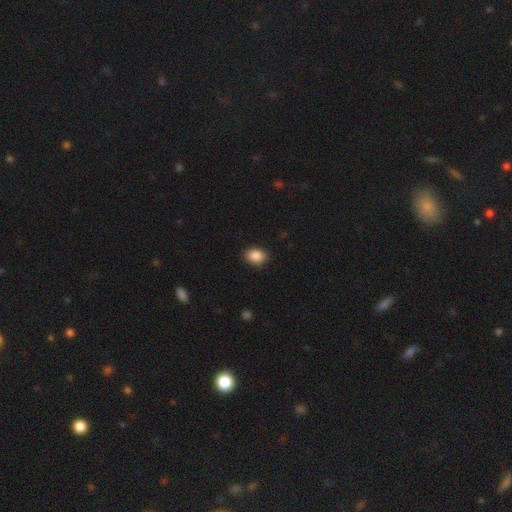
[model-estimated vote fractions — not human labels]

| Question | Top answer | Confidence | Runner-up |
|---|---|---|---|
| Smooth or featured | smooth | 88% | star or artifact (8%) |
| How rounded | in between | 71% | round (28%) |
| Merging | none | 87% | minor disturbance (9%) |